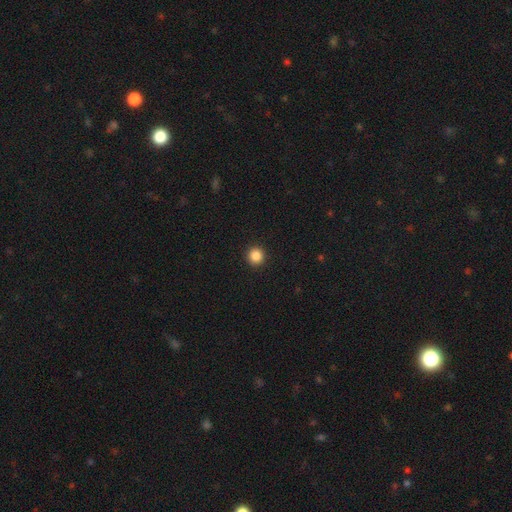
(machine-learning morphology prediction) A smooth galaxy with no disk features (86%) that is round (95%).

Vote fractions:
- Smooth or featured? smooth: 86% / star or artifact: 11% / featured or disk: 3%
- How rounded? round: 95% / in between: 4% / cigar-shaped: 1%
- Merging? none: 93% / minor disturbance: 4% / major disturbance: 2% / merger: 1%